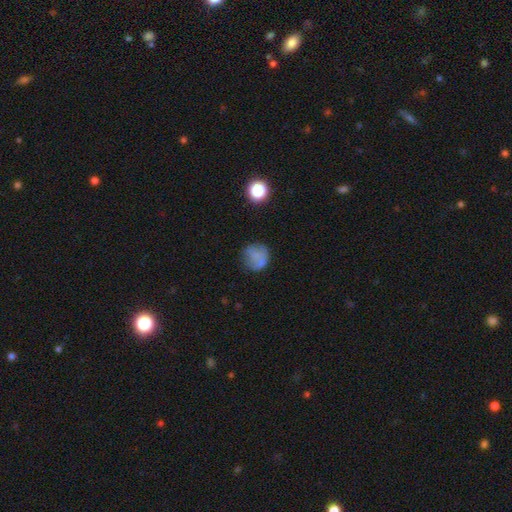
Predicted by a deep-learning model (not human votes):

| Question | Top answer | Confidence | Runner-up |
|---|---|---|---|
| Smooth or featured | smooth | 64% | featured or disk (22%) |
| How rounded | round | 86% | in between (13%) |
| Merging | none | 61% | minor disturbance (22%) |